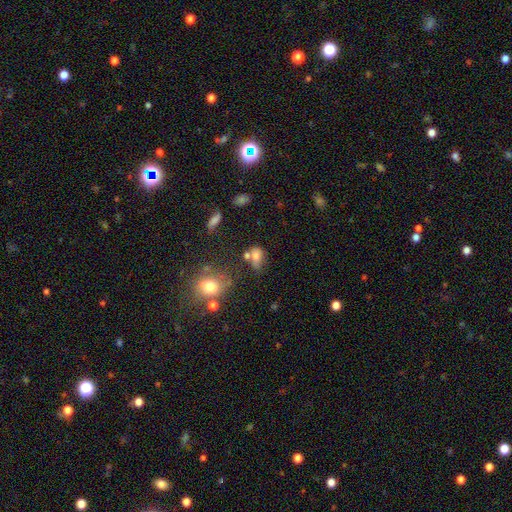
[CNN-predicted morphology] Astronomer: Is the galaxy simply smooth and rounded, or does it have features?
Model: smooth — 70%.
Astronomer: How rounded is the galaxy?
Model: in between — 67%.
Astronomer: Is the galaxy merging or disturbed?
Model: none — 37% (runner-up: merger, 30%).